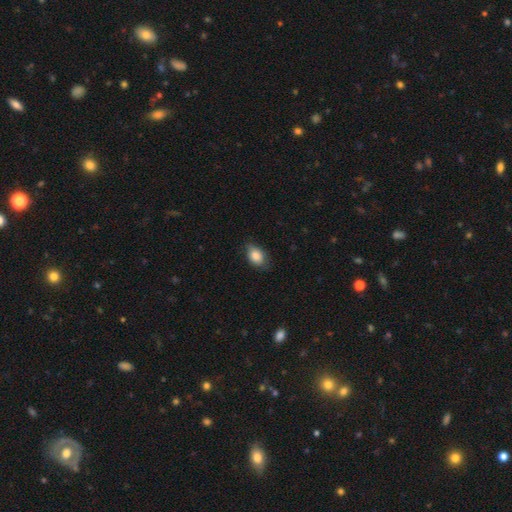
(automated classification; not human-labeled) smooth_or_featured: smooth (p=0.84) [alt: featured or disk p=0.09]
how_rounded: in between (p=0.79) [alt: round p=0.20]
merging: none (p=0.70) [alt: minor disturbance p=0.24]